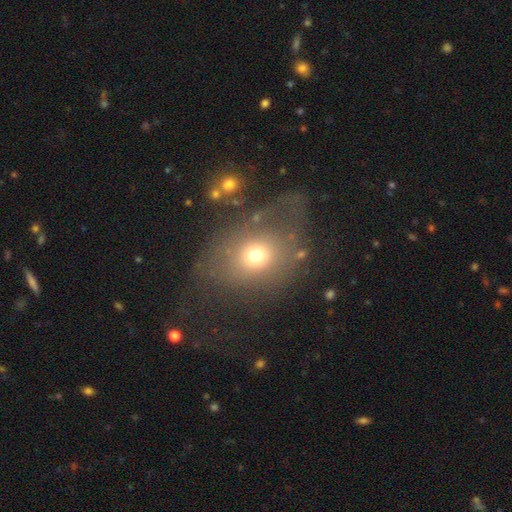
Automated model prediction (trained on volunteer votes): Smooth or featured: smooth — 61% (featured or disk — 24%)
How rounded: in between — 53% (round — 45%)
Merging: none — 53% (major disturbance — 24%)